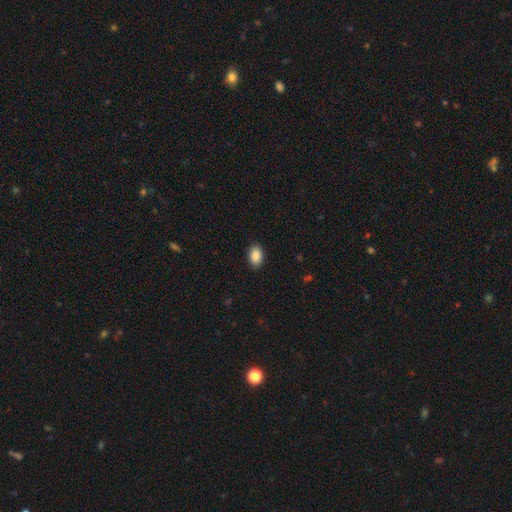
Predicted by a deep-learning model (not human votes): Smooth or featured?
  - smooth: 89% *
  - star or artifact: 7%
  - featured or disk: 4%
How rounded?
  - in between: 88% *
  - round: 10%
  - cigar-shaped: 1%
Merging?
  - none: 90% *
  - minor disturbance: 7%
  - major disturbance: 2%
  - merger: 1%